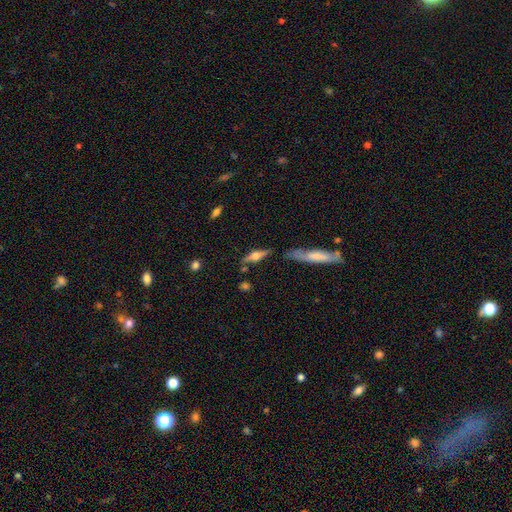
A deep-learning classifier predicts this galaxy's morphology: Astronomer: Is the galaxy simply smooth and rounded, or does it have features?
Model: featured or disk — 62%.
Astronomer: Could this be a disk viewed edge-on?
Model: yes — 93%.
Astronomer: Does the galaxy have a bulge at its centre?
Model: rounded — 90%.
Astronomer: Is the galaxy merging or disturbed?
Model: none — 70%.